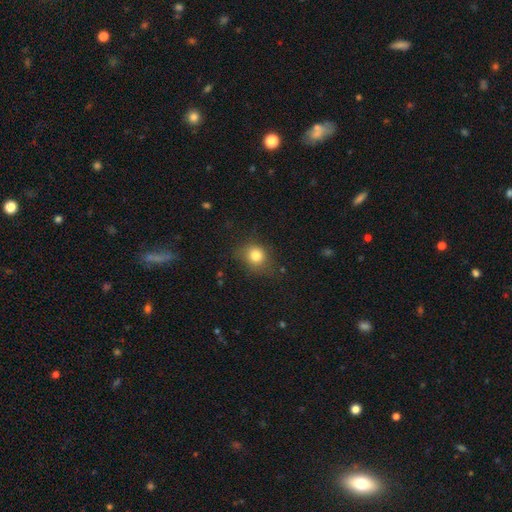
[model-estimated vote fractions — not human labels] A smooth galaxy with no disk features (80%) that is round (70%). Merging: none (72%).